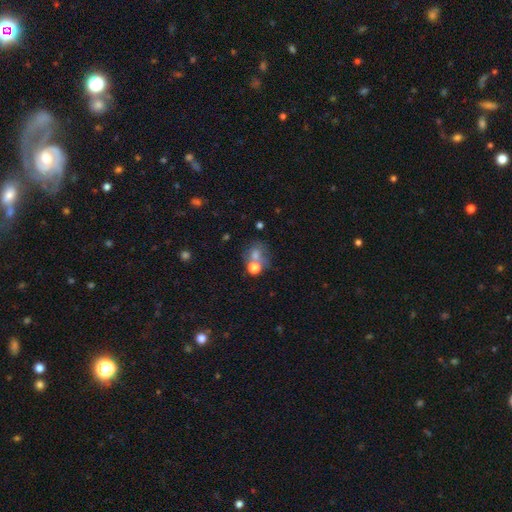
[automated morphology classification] Smooth or featured: smooth — 60% (star or artifact — 21%)
How rounded: round — 70% (in between — 29%)
Merging: none — 45% (merger — 37%)